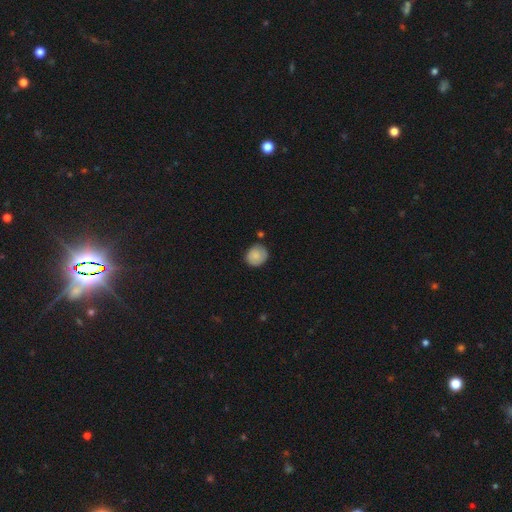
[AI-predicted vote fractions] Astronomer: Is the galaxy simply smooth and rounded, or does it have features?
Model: smooth — 84%.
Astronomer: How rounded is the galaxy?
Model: round — 81%.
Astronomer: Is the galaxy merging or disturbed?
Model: none — 79%.